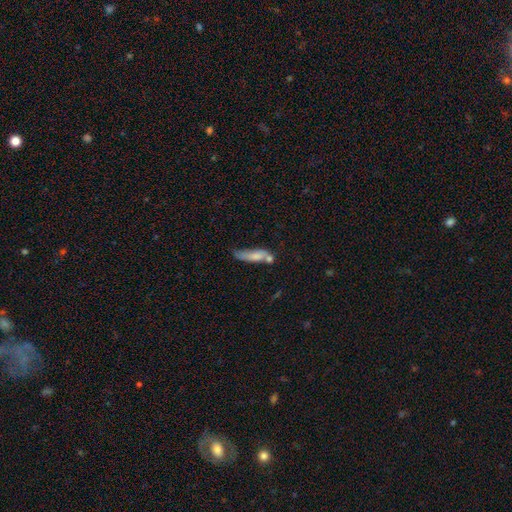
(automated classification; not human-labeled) smooth 69%, featured or disk 23%, star or artifact 7%. Down the decision tree: how rounded — cigar-shaped (61%); merging — none (35%).